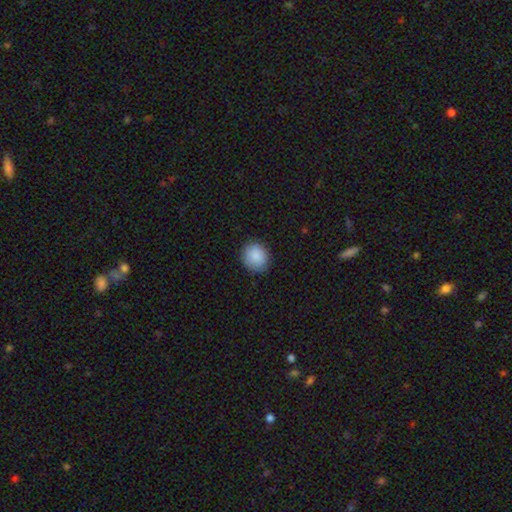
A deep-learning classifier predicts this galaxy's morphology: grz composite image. It shows a smooth galaxy with no disk features (89%) that is round (79%). Merging: none (85%).